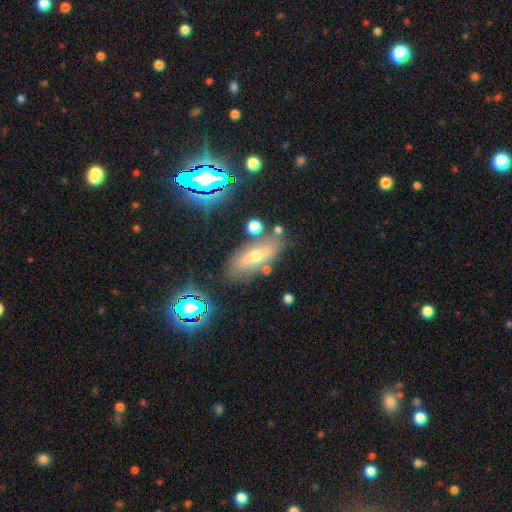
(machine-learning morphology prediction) The model was most divided on "smooth or featured": smooth: 48%, featured or disk: 36%, star or artifact: 16%. More confident: merging — none (73%).